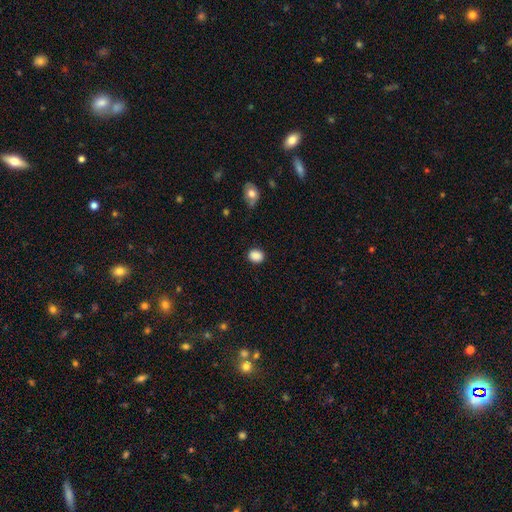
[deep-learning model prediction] Q: Smooth or featured?
A: smooth (88%); runner-up: star or artifact (9%)
Q: How rounded?
A: round (58%); runner-up: in between (40%)
Q: Merging?
A: none (86%); runner-up: minor disturbance (10%)